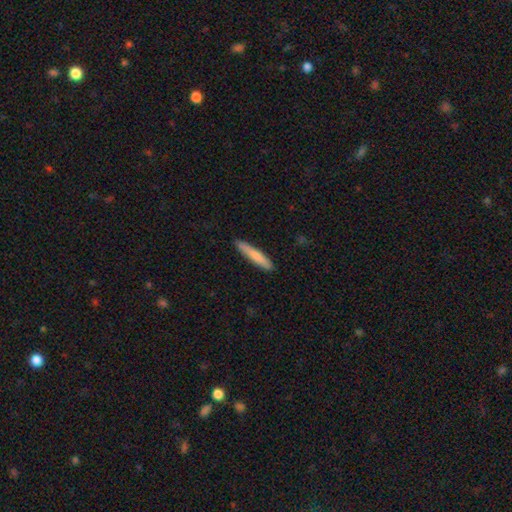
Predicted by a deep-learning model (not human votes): The model was most divided on "smooth or featured": smooth: 77%, featured or disk: 18%, star or artifact: 5%. More confident: how rounded — cigar-shaped (92%); merging — none (87%).